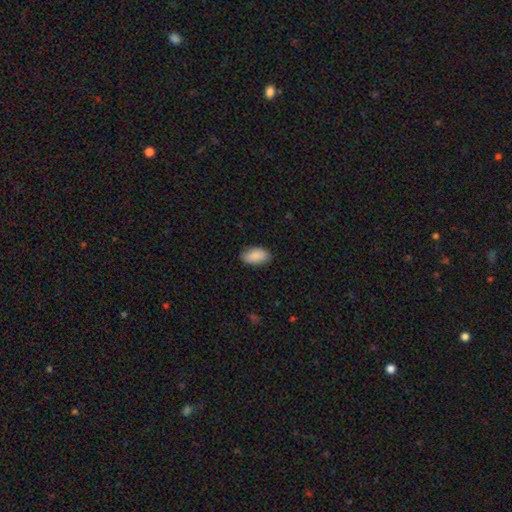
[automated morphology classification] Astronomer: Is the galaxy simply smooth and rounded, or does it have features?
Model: smooth — 90%.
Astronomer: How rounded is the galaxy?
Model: in between — 95%.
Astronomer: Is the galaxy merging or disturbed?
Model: none — 85%.